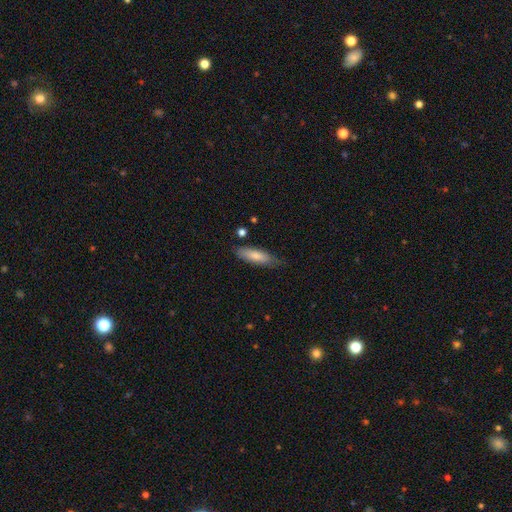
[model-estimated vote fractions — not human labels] The model was most divided on "how rounded": cigar-shaped: 54%, in between: 45%, round: 2%. More confident: smooth or featured — smooth (79%); merging — none (72%).